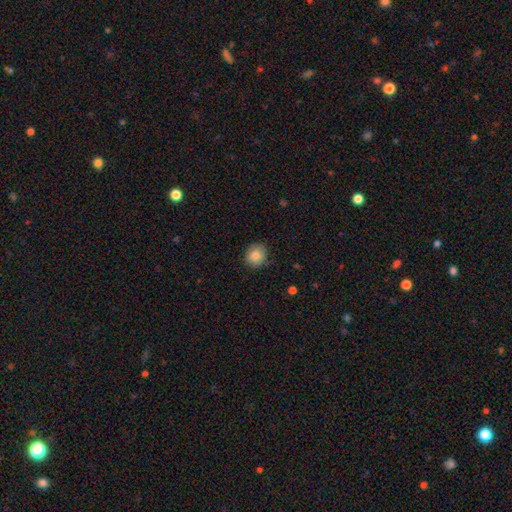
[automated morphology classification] smooth 85%, star or artifact 8%, featured or disk 7%. Down the decision tree: how rounded — round (79%); merging — none (85%).